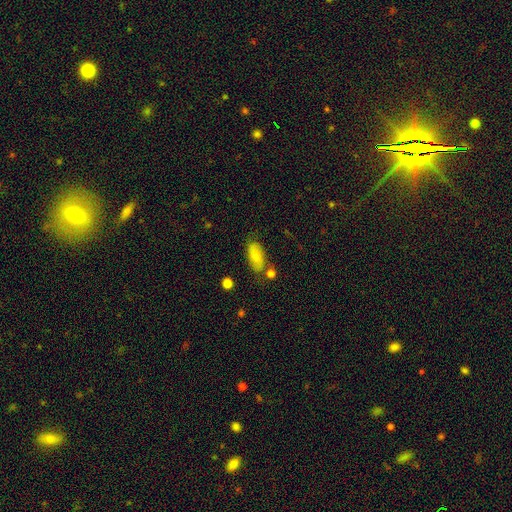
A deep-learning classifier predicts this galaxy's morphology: smooth_or_featured: smooth (p=0.70) [alt: featured or disk p=0.22]
how_rounded: in between (p=0.87) [alt: cigar-shaped p=0.09]
merging: none (p=0.66) [alt: minor disturbance p=0.19]